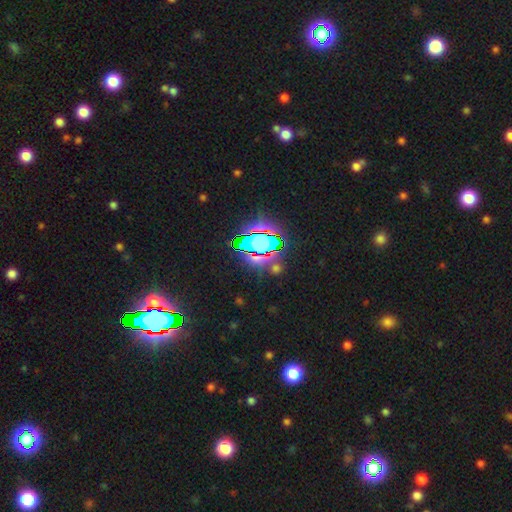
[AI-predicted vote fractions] star or artifact 81%, smooth 11%, featured or disk 8%.